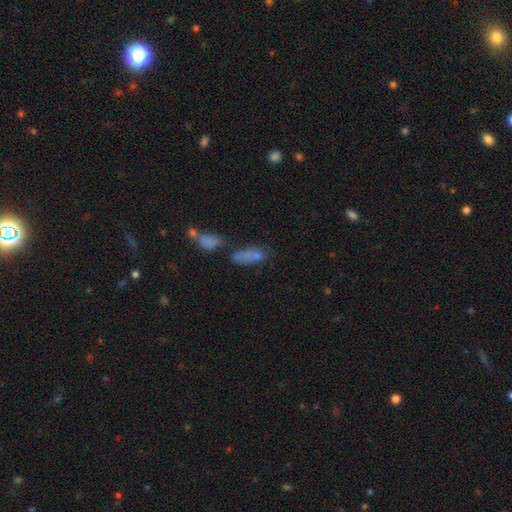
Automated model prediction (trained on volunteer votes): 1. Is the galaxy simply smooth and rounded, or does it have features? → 67% smooth, 17% star or artifact, 16% featured or disk.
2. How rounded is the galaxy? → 69% in between, 26% cigar-shaped, 6% round.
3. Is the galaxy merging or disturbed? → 41% merger, 32% none, 15% minor disturbance, 12% major disturbance.